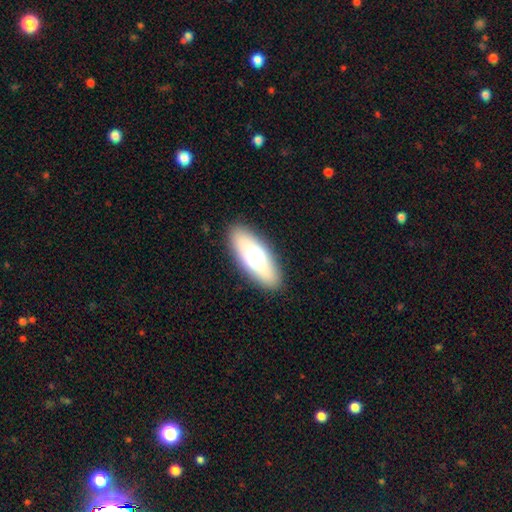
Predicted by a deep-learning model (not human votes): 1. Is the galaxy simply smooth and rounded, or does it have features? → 65% smooth, 27% featured or disk, 8% star or artifact.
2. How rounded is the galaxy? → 72% in between, 24% cigar-shaped, 4% round.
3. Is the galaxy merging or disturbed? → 88% none, 8% minor disturbance, 3% major disturbance, 1% merger.